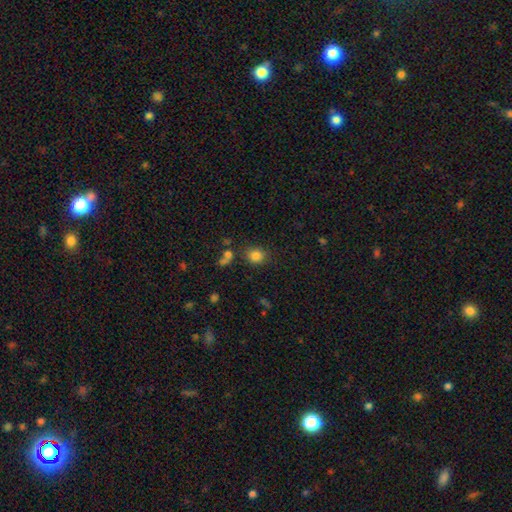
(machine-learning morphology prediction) Smooth or featured? Predicted: smooth (p=0.81). How rounded? Predicted: round (p=0.77). Merging? Predicted: none (p=0.79).